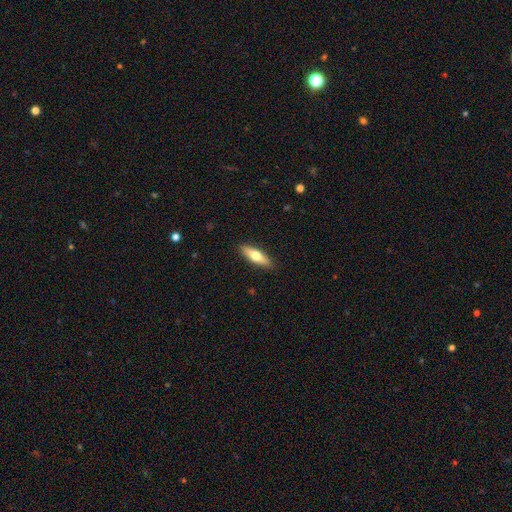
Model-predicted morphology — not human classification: smooth 60%, featured or disk 34%, star or artifact 6%. Down the decision tree: how rounded — cigar-shaped (55%); merging — none (90%).